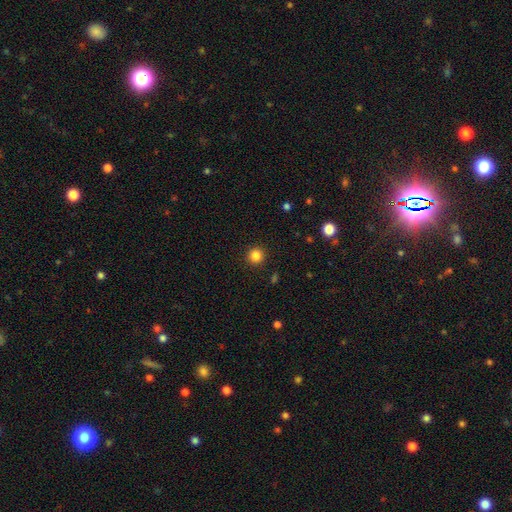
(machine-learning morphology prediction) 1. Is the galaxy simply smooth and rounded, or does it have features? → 84% smooth, 12% star or artifact, 4% featured or disk.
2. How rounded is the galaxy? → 95% round, 4% in between, 1% cigar-shaped.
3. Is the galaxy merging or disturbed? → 92% none, 5% minor disturbance, 2% major disturbance, 1% merger.